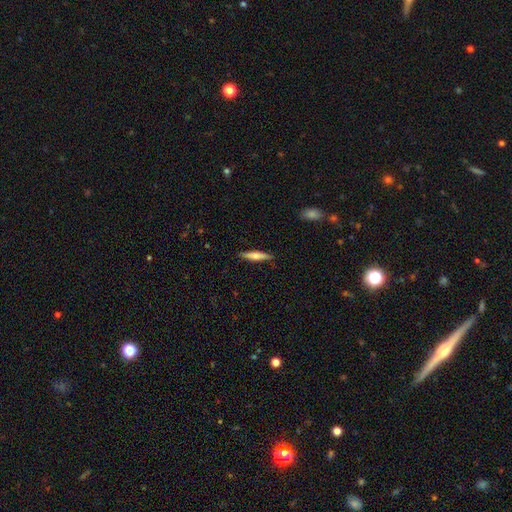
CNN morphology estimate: Q: Smooth or featured?
A: smooth (52%); runner-up: featured or disk (43%)
Q: How rounded?
A: cigar-shaped (86%); runner-up: in between (12%)
Q: Merging?
A: none (88%); runner-up: minor disturbance (9%)